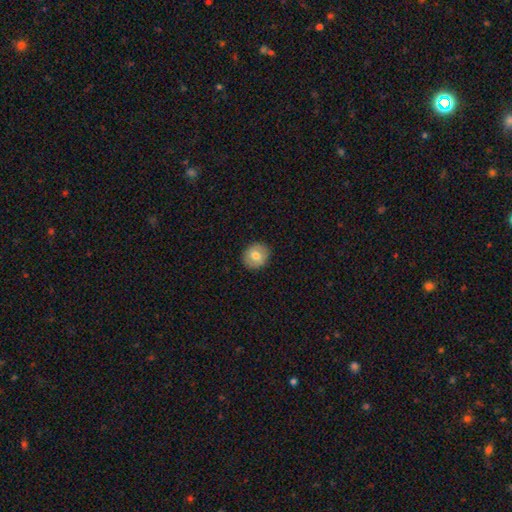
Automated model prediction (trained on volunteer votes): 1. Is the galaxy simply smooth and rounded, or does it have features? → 70% smooth, 23% featured or disk, 8% star or artifact.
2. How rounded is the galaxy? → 83% round, 16% in between, 1% cigar-shaped.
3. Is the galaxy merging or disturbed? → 89% none, 8% minor disturbance, 2% major disturbance, 1% merger.